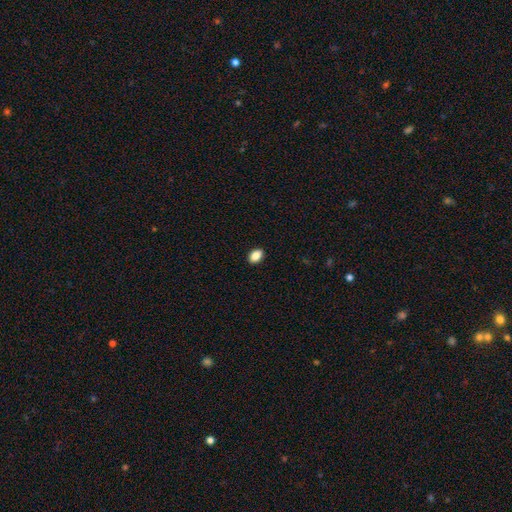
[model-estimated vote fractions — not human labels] smooth-or-featured: smooth: 87% | star or artifact: 8% | featured or disk: 5%
  how-rounded: in between: 84% | round: 14% | cigar-shaped: 2%
  merging: none: 91% | minor disturbance: 7% | major disturbance: 2% | merger: 1%